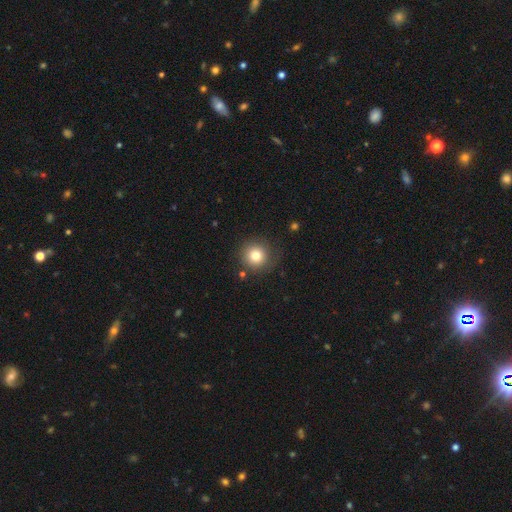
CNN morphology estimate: A smooth galaxy with no disk features (77%) that is round (94%).

Vote fractions:
- Smooth or featured? smooth: 77% / star or artifact: 13% / featured or disk: 10%
- How rounded? round: 94% / in between: 5% / cigar-shaped: 1%
- Merging? none: 83% / minor disturbance: 11% / major disturbance: 4% / merger: 3%